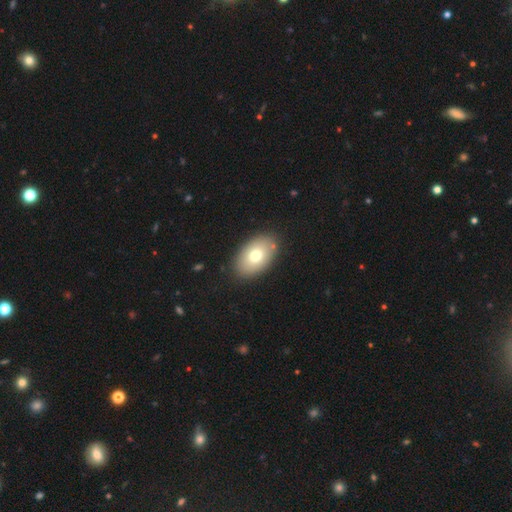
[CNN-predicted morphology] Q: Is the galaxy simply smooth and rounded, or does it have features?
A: smooth — 73%.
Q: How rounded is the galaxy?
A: in between — 91%.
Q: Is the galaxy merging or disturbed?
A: none — 87%.